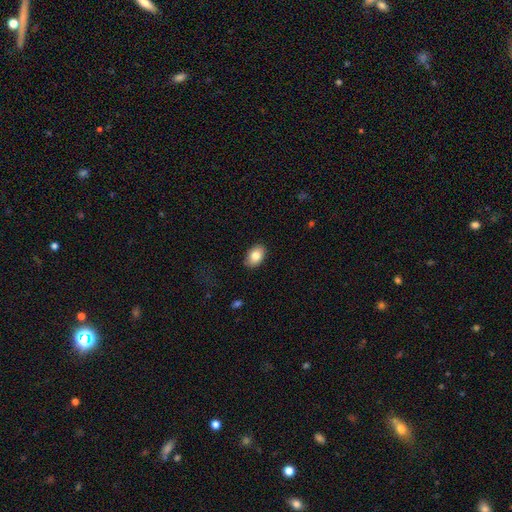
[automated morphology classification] A smooth galaxy with no disk features (82%) that is in between round and cigar-shaped (87%).

Vote fractions:
- Smooth or featured? smooth: 82% / featured or disk: 11% / star or artifact: 7%
- How rounded? in between: 87% / round: 12% / cigar-shaped: 1%
- Merging? none: 87% / minor disturbance: 9% / major disturbance: 2% / merger: 1%